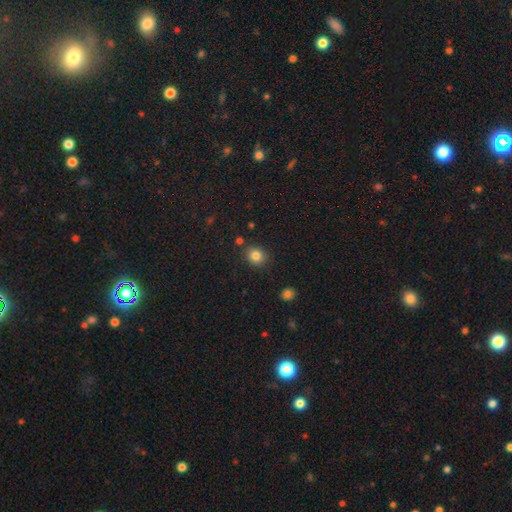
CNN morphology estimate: smooth_or_featured: smooth (p=0.83) [alt: star or artifact p=0.11]
how_rounded: round (p=0.68) [alt: in between p=0.31]
merging: none (p=0.84) [alt: minor disturbance p=0.10]